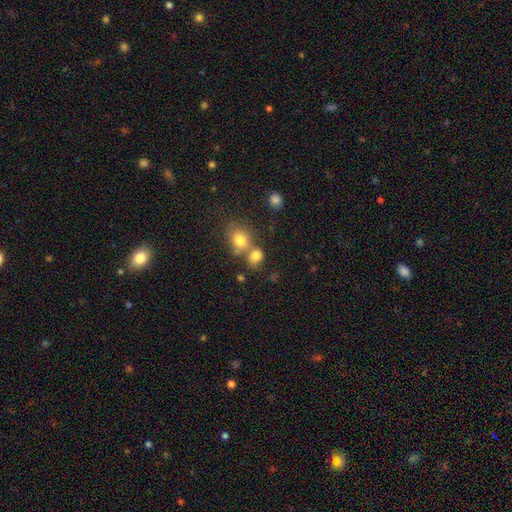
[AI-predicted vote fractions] smooth-or-featured: smooth: 79% | star or artifact: 13% | featured or disk: 9%
  how-rounded: round: 59% | in between: 40% | cigar-shaped: 1%
  merging: merger: 44% | none: 42% | minor disturbance: 9% | major disturbance: 5%